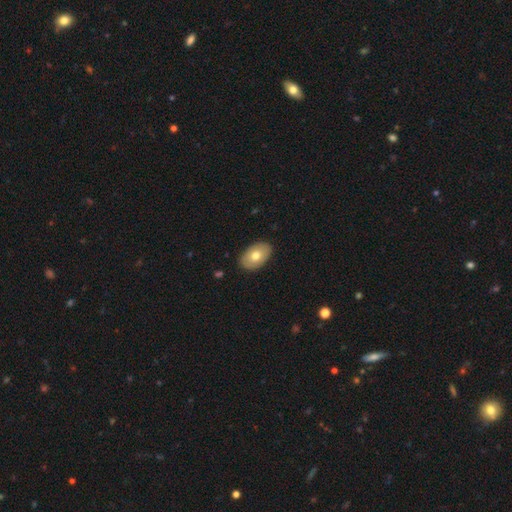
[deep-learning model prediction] A smooth galaxy with no disk features (70%) that is in between round and cigar-shaped (91%).

Vote fractions:
- Smooth or featured? smooth: 70% / featured or disk: 25% / star or artifact: 6%
- How rounded? in between: 91% / round: 8% / cigar-shaped: 1%
- Merging? none: 88% / minor disturbance: 9% / major disturbance: 2% / merger: 1%